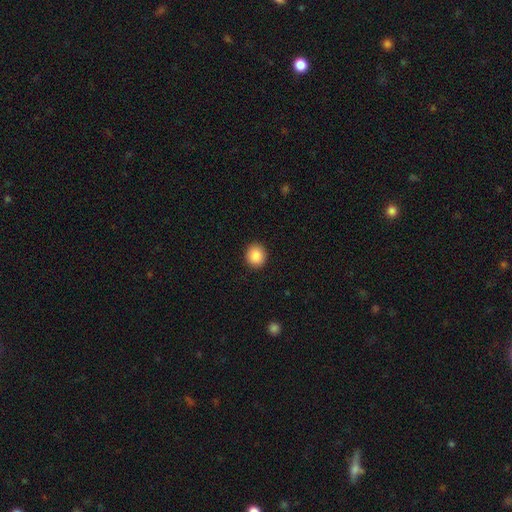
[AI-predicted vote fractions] A smooth galaxy with no disk features (88%) that is round (83%). Merging: none (91%).